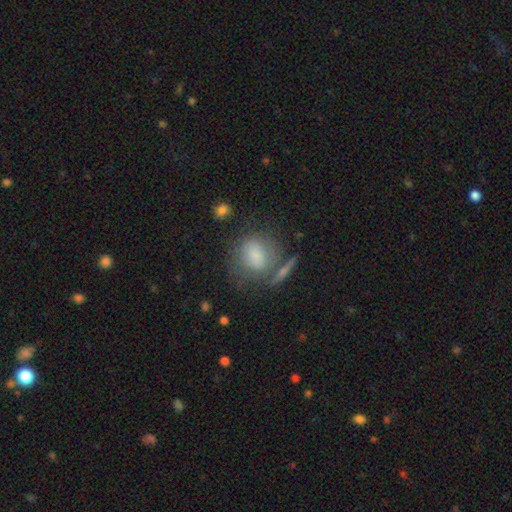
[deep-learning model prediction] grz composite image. It shows a smooth galaxy with no disk features (66%) that is round (64%). Merging: none (50%).